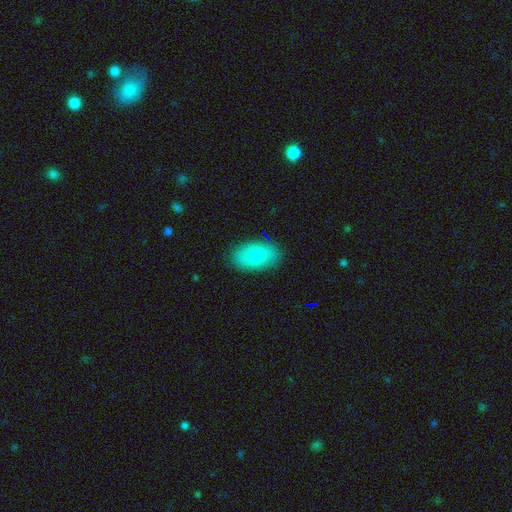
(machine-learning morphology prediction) Overall: smooth (73%). How rounded: in between (91%). Merging: none (85%).